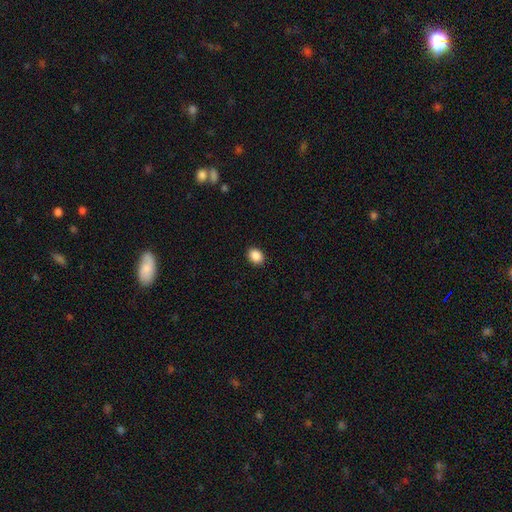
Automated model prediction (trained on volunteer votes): Morphology: type=smooth (89%); roundness=in between (62%); merging=none (91%).